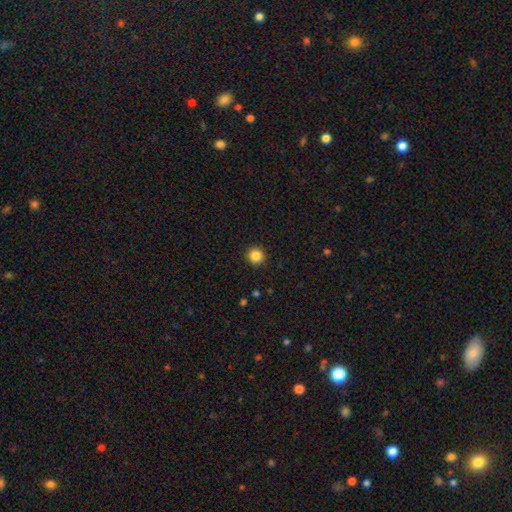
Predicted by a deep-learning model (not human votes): smooth-or-featured: smooth: 85% | star or artifact: 11% | featured or disk: 4%
  how-rounded: round: 95% | in between: 4% | cigar-shaped: 1%
  merging: none: 93% | minor disturbance: 4% | major disturbance: 1% | merger: 1%